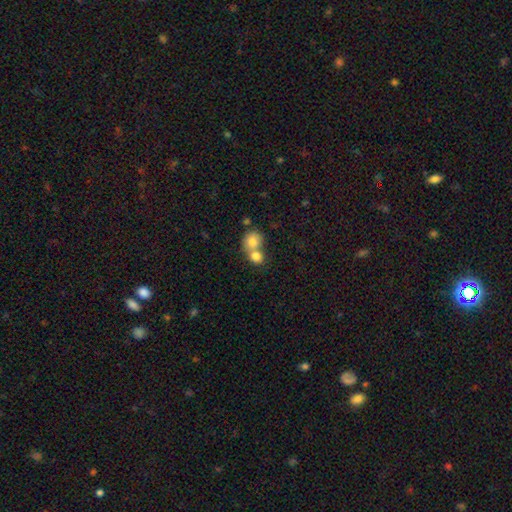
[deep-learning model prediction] Q: Smooth or featured?
A: smooth (79%); runner-up: featured or disk (12%)
Q: How rounded?
A: round (74%); runner-up: in between (25%)
Q: Merging?
A: merger (60%); runner-up: none (32%)